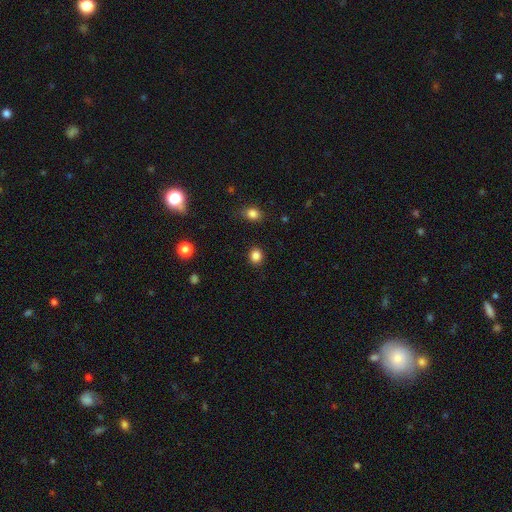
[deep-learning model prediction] A smooth galaxy with no disk features (85%) that is round (76%).

Vote fractions:
- Smooth or featured? smooth: 85% / star or artifact: 11% / featured or disk: 4%
- How rounded? round: 76% / in between: 23% / cigar-shaped: 1%
- Merging? none: 90% / minor disturbance: 6% / major disturbance: 2% / merger: 1%